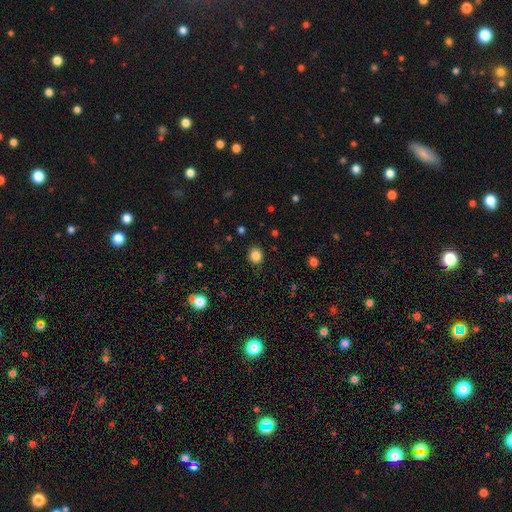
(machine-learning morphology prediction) Smooth or featured? Predicted: smooth (p=0.85). How rounded? Predicted: round (p=0.80). Merging? Predicted: none (p=0.85).